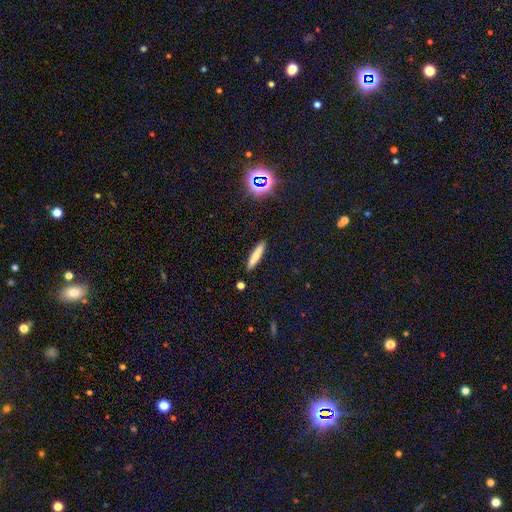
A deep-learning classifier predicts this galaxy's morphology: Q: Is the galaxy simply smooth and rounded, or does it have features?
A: smooth — 75%.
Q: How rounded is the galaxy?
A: cigar-shaped — 88%.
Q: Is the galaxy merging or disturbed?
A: none — 90%.